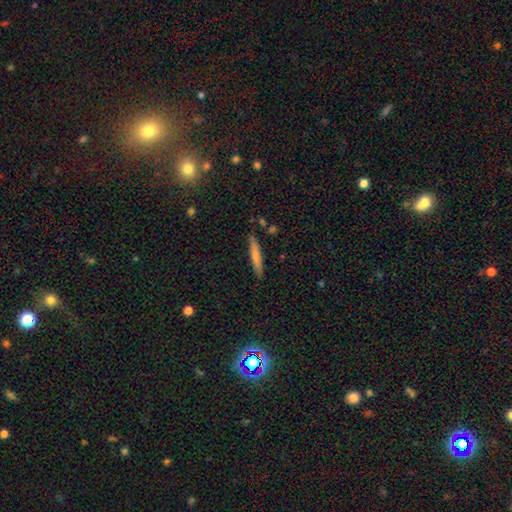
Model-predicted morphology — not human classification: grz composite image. It shows a smooth galaxy with no disk features (73%) that is cigar-shaped (93%). Merging: none (86%).